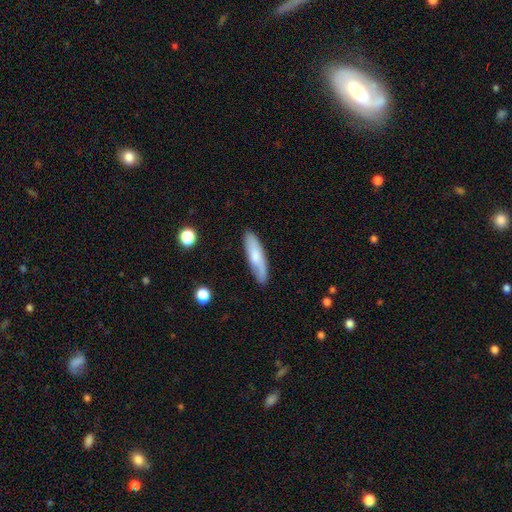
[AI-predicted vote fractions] Q: Smooth or featured?
A: smooth (67%); runner-up: featured or disk (27%)
Q: How rounded?
A: cigar-shaped (63%); runner-up: in between (35%)
Q: Merging?
A: none (79%); runner-up: minor disturbance (16%)